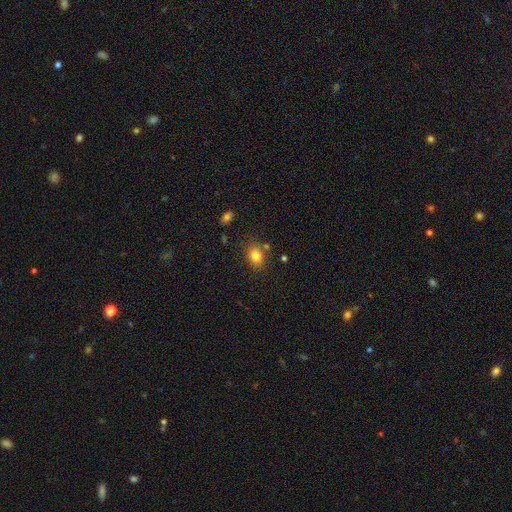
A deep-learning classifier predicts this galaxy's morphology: smooth-or-featured: smooth: 81% | star or artifact: 11% | featured or disk: 8%
  how-rounded: in between: 57% | round: 42% | cigar-shaped: 1%
  merging: none: 78% | minor disturbance: 13% | merger: 6% | major disturbance: 4%